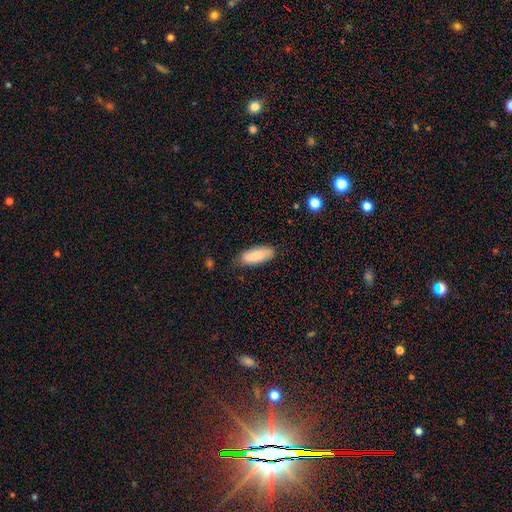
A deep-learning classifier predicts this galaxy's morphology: This is clearly a smooth galaxy (82%). How rounded: likely in between (75%). Merging: likely none (79%).